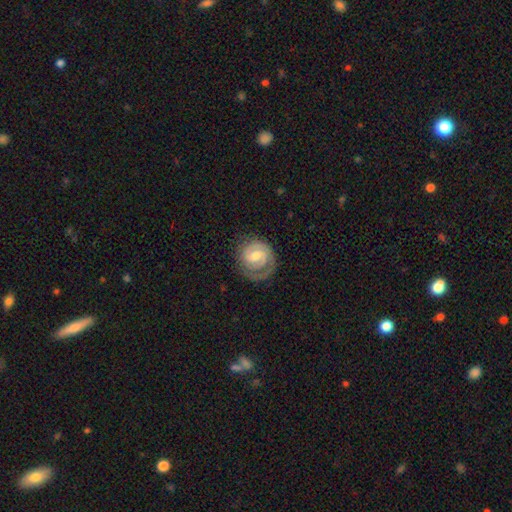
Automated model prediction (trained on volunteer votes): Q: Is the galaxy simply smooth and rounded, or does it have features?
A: featured or disk — 82%.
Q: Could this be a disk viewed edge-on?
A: no — 98%.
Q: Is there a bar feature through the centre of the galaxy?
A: weak — 58%.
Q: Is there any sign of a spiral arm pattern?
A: yes — 94%.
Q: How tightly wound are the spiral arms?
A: tight — 66%.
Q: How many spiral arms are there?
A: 2 — 58%.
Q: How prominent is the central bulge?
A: moderate — 57%.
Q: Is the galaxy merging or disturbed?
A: none — 70%.